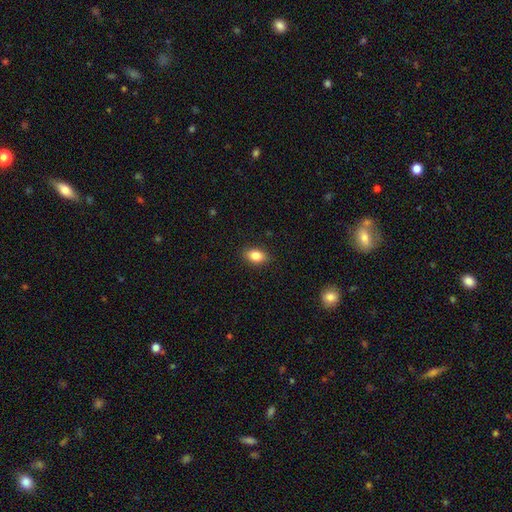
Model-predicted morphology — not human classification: Overall: smooth (84%). How rounded: in between (85%). Merging: none (89%).